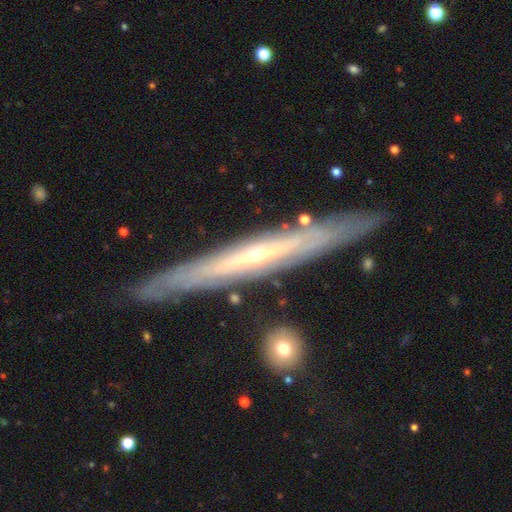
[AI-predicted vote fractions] Smooth or featured?
  - featured or disk: 80% *
  - smooth: 14%
  - star or artifact: 6%
Edge-on disk?
  - yes: 82% *
  - no: 18%
Edge-on bulge?
  - rounded: 58% *
  - none: 40%
  - boxy: 2%
Merging?
  - none: 85% *
  - minor disturbance: 10%
  - major disturbance: 2%
  - merger: 2%